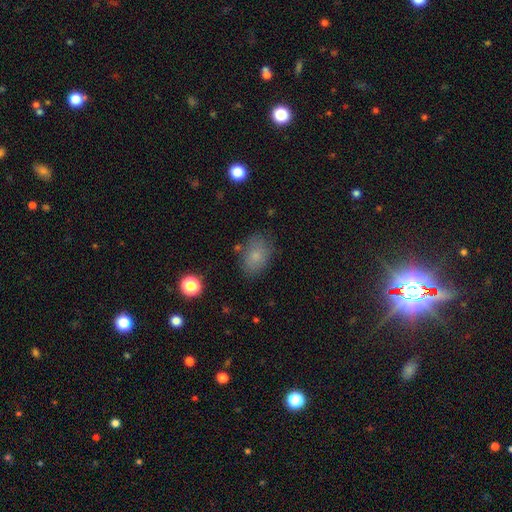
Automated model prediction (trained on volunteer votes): Morphology: type=smooth (79%); roundness=in between (83%); merging=none (75%).